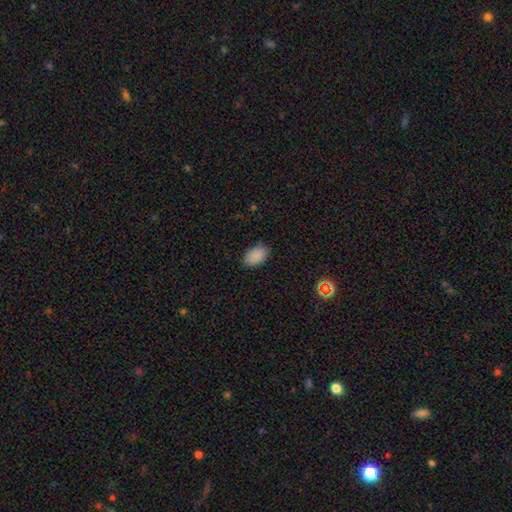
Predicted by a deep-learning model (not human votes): This appears to be a smooth galaxy with no disk features (89%) that is in between round and cigar-shaped (91%). Merging: none (84%).